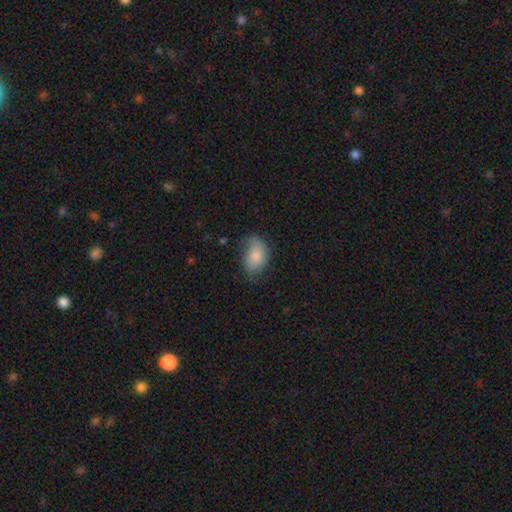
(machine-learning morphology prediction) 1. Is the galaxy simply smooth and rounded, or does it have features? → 77% smooth, 15% featured or disk, 8% star or artifact.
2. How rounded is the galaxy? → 87% in between, 12% round, 1% cigar-shaped.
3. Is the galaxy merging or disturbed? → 54% none, 33% minor disturbance, 12% major disturbance, 2% merger.